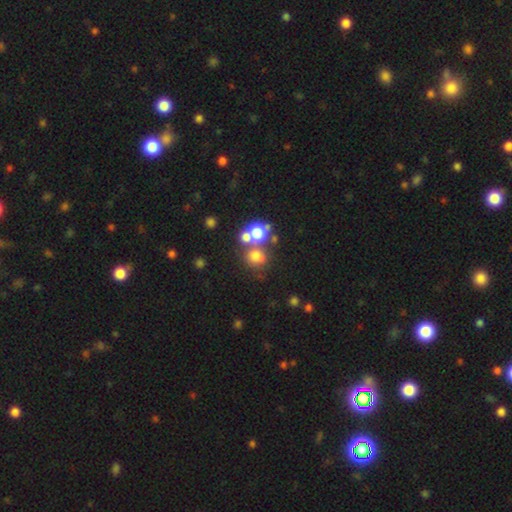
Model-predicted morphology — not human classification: type=smooth (65%); roundness=round (77%); merging=none (47%).